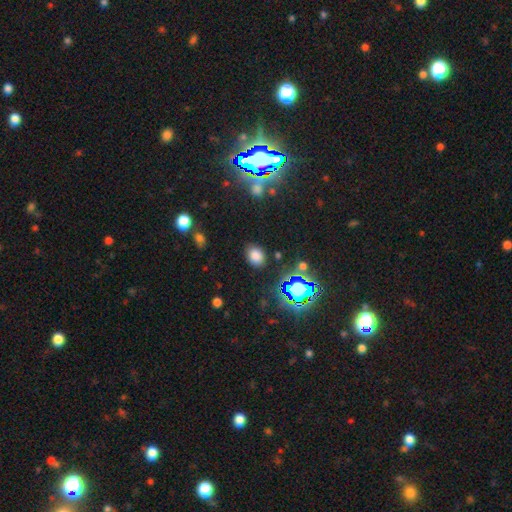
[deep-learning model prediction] smooth 75%, star or artifact 18%, featured or disk 6%. Down the decision tree: how rounded — in between (55%); merging — none (82%).